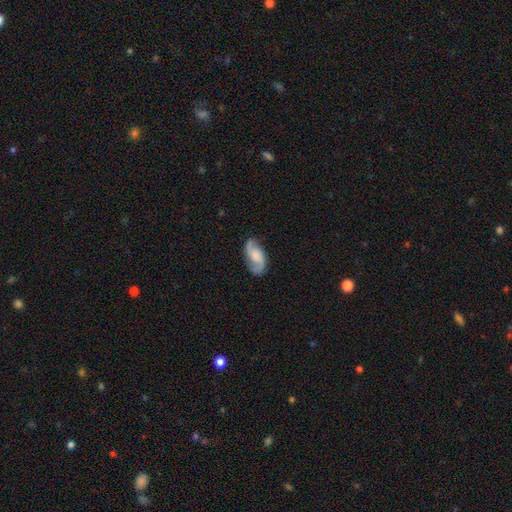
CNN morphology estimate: Q: Smooth or featured?
A: featured or disk (78%); runner-up: smooth (16%)
Q: Edge-on disk?
A: no (97%); runner-up: yes (3%)
Q: Bar?
A: no (58%); runner-up: weak (35%)
Q: Spiral arms?
A: yes (96%); runner-up: no (4%)
Q: Spiral winding?
A: medium (45%); runner-up: loose (39%)
Q: Spiral arm count?
A: 2 (91%); runner-up: can't tell (3%)
Q: Bulge size?
A: moderate (31%); runner-up: none (26%)
Q: Merging?
A: none (79%); runner-up: minor disturbance (15%)